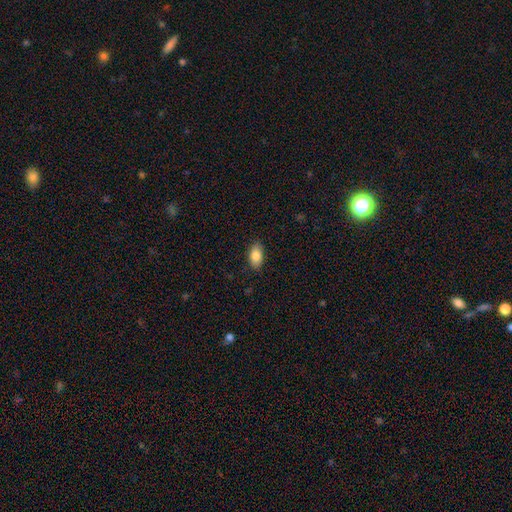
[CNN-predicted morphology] smooth 84%, featured or disk 8%, star or artifact 7%. Down the decision tree: how rounded — in between (92%); merging — none (86%).